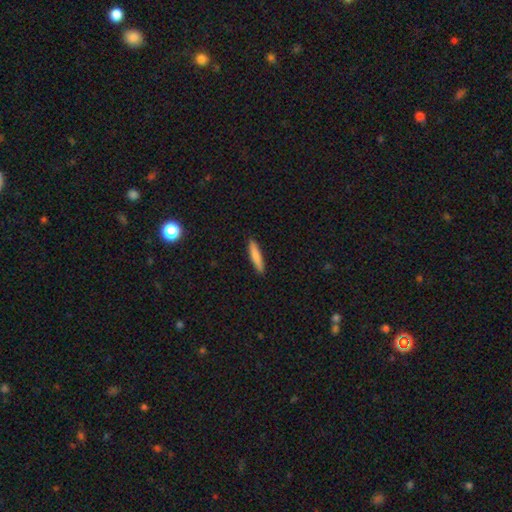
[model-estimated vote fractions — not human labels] A smooth galaxy with no disk features (80%) that is cigar-shaped (88%). Merging: none (91%).